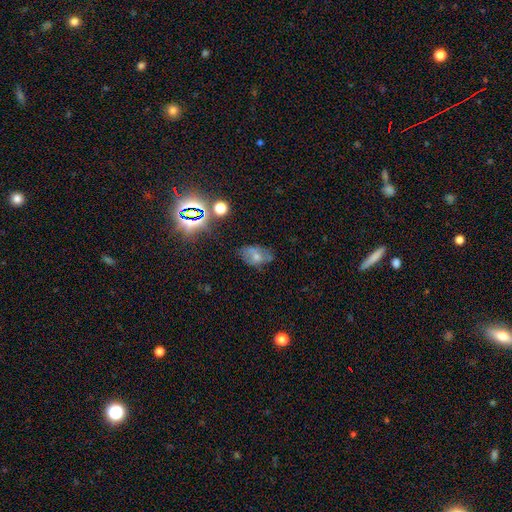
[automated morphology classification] This appears to be a smooth galaxy with no disk features (56%) that is in between round and cigar-shaped (85%). Merging: none (57%).